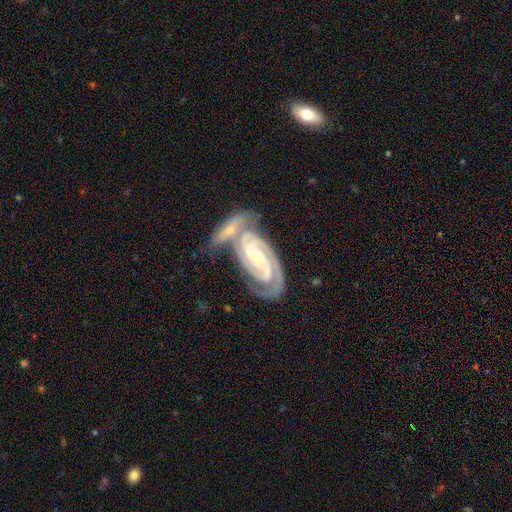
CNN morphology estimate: Overall: featured or disk (92%). Edge-on disk: no (97%). Bar: weak (37%; no 36%). Spiral arms: yes (99%). Spiral arm count: 2 (83%). Spiral winding: tight (71%). Bulge size: small (64%; moderate 28%). Merging: merger (42%; none 41%).